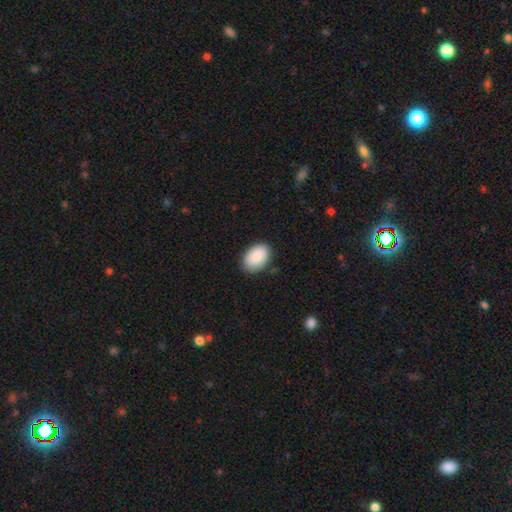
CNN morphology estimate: Smooth or featured? smooth (88%)
How rounded? in between (89%)
Merging? none (83%)